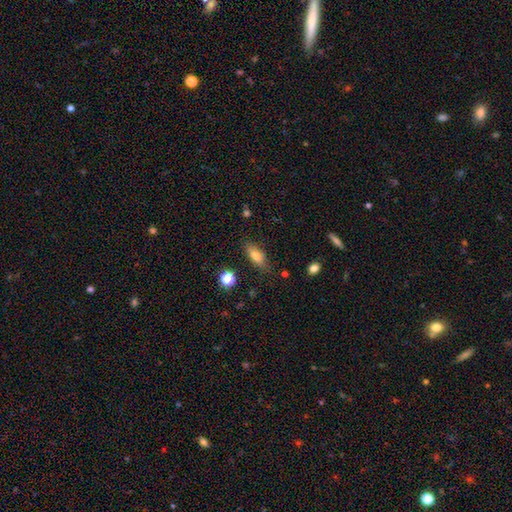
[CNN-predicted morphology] smooth 74%, featured or disk 17%, star or artifact 9%. Down the decision tree: how rounded — in between (75%); merging — none (79%).